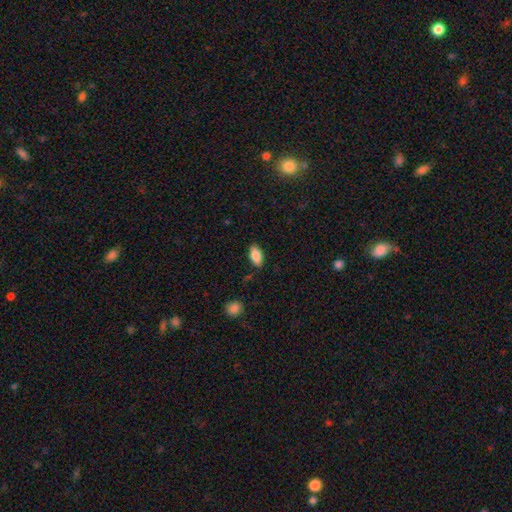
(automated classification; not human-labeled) A smooth galaxy with no disk features (83%) that is in between round and cigar-shaped (89%).

Vote fractions:
- Smooth or featured? smooth: 83% / featured or disk: 9% / star or artifact: 7%
- How rounded? in between: 89% / cigar-shaped: 8% / round: 3%
- Merging? none: 84% / minor disturbance: 12% / major disturbance: 3% / merger: 2%